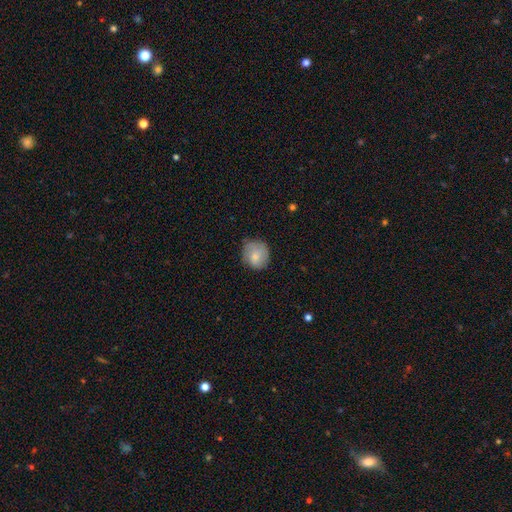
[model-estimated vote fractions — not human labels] This is likely a smooth galaxy (80%). How rounded: clearly round (82%). Merging: likely none (65%).